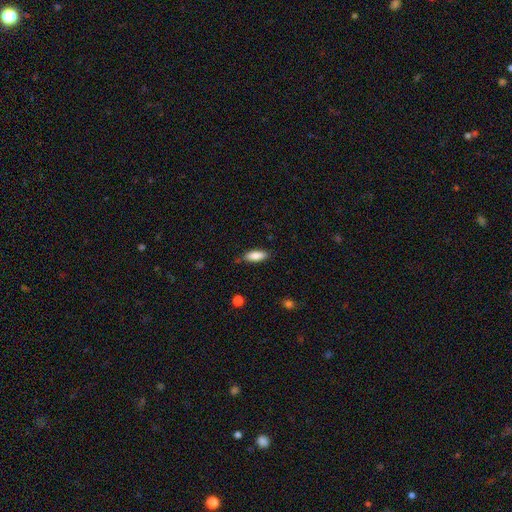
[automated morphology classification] The model was most divided on "how rounded": in between: 75%, cigar-shaped: 24%, round: 2%. More confident: smooth or featured — smooth (86%); merging — none (77%).